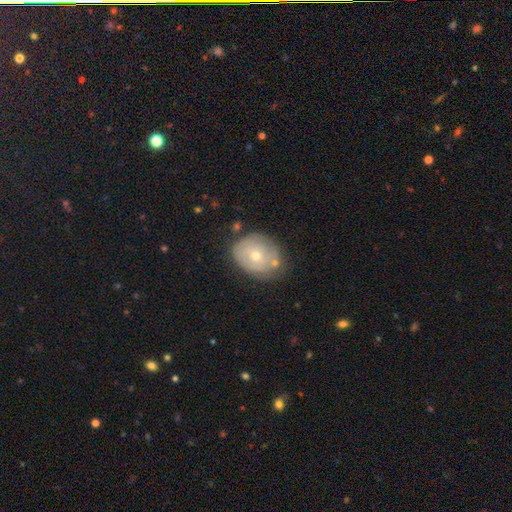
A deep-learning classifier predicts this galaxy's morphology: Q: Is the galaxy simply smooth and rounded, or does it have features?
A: smooth — 53%.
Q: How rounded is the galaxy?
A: in between — 56%.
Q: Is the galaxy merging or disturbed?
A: none — 67%.